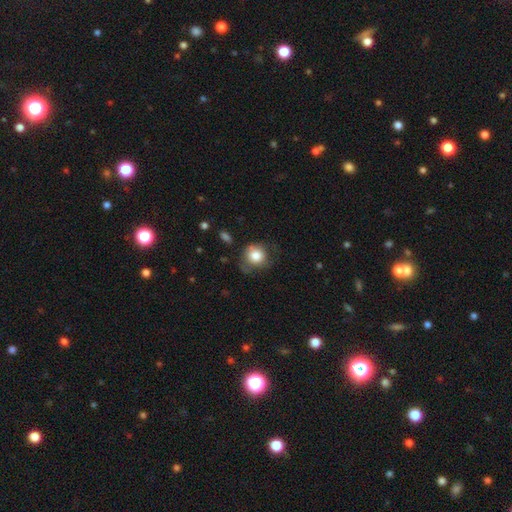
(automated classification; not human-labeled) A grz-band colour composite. It shows a smooth galaxy with no disk features (80%) that is round (82%). Merging: none (53%).